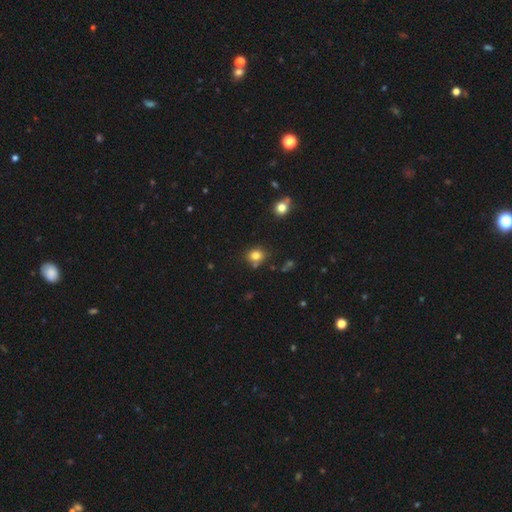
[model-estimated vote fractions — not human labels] The model was most divided on "how rounded": round: 71%, in between: 28%, cigar-shaped: 1%. More confident: smooth or featured — smooth (80%); merging — none (74%).